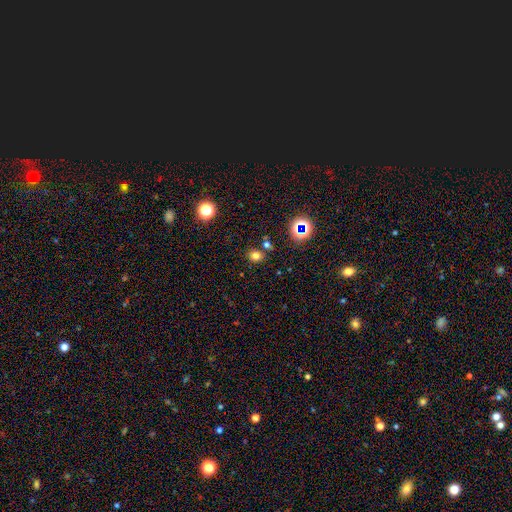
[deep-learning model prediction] Morphology: type=smooth (72%); roundness=round (73%); merging=none (79%).